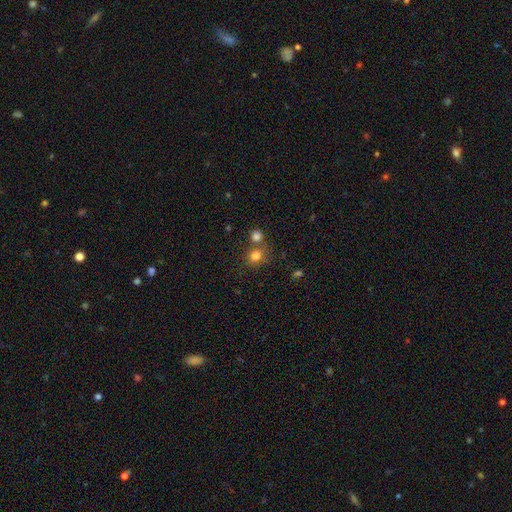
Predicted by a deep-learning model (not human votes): This appears to be a smooth galaxy with no disk features (79%) that is round (73%). Merging: none (59%).